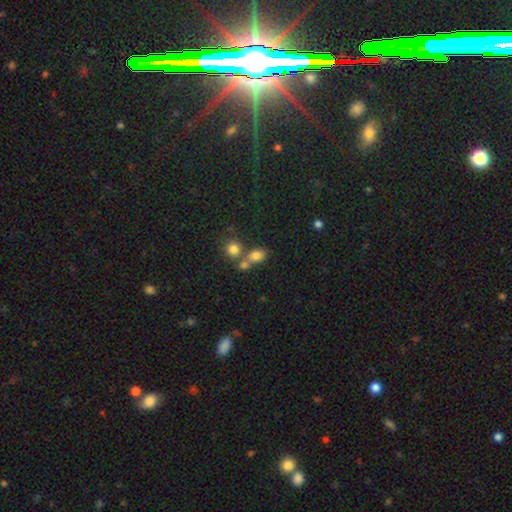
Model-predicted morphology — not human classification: This appears to be a smooth galaxy with no disk features (76%) that is in between round and cigar-shaped (60%). Merging: none (44%).